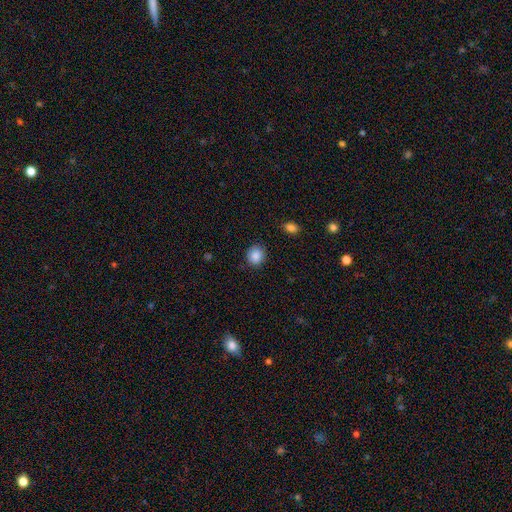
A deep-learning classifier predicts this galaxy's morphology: Q: Smooth or featured?
A: smooth (88%); runner-up: star or artifact (8%)
Q: How rounded?
A: round (78%); runner-up: in between (21%)
Q: Merging?
A: none (87%); runner-up: minor disturbance (9%)